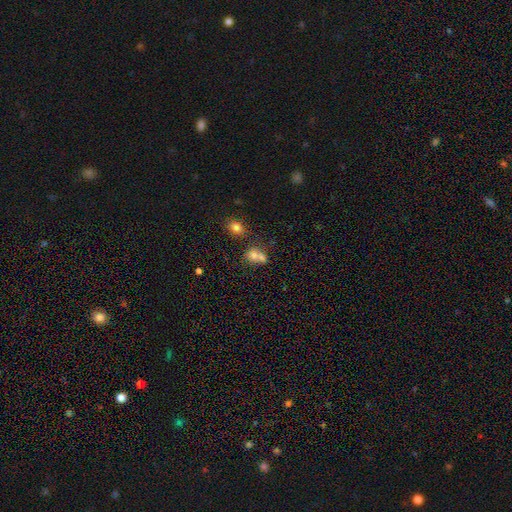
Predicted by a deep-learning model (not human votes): smooth 70%, featured or disk 16%, star or artifact 14%. Down the decision tree: how rounded — round (59%); merging — merger (55%).